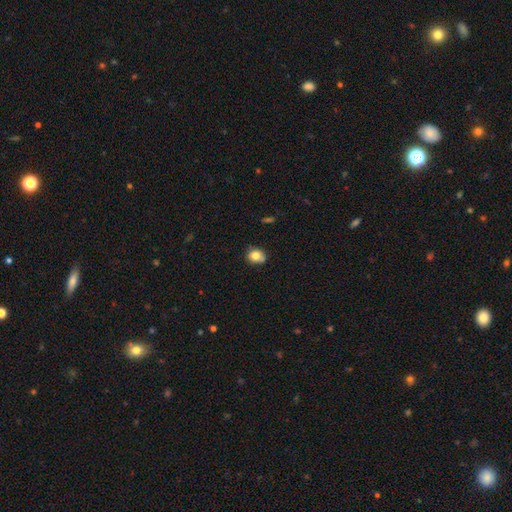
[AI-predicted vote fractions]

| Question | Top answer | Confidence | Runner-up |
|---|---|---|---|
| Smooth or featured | smooth | 79% | featured or disk (11%) |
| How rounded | round | 71% | in between (28%) |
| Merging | none | 70% | minor disturbance (18%) |